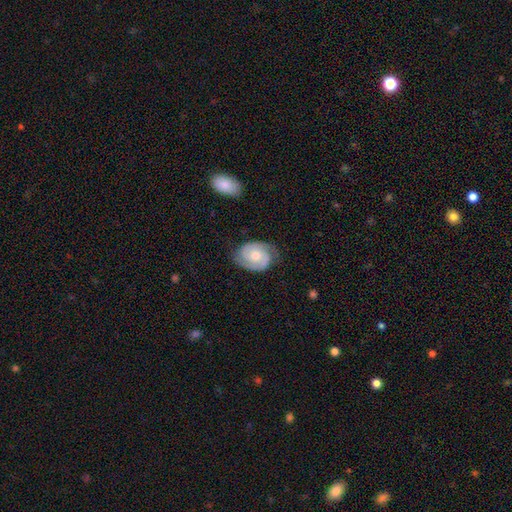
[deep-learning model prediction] Smooth or featured? Predicted: featured or disk (p=0.81). Edge-on disk? Predicted: no (p=0.97). Bar? Predicted: no (p=0.69). Spiral arms? Predicted: yes (p=0.96). Spiral winding? Predicted: tight (p=0.54). Spiral arm count? Predicted: 2 (p=0.88). Bulge size? Predicted: moderate (p=0.64). Merging? Predicted: none (p=0.75).